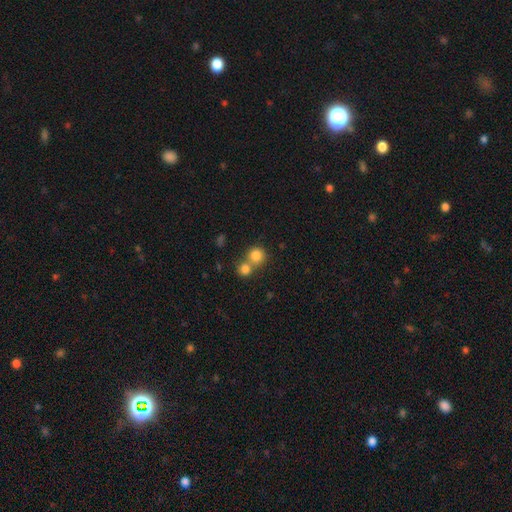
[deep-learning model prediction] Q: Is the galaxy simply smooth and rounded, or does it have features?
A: smooth — 82%.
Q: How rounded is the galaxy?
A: round — 89%.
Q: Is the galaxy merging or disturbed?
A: none — 48%.